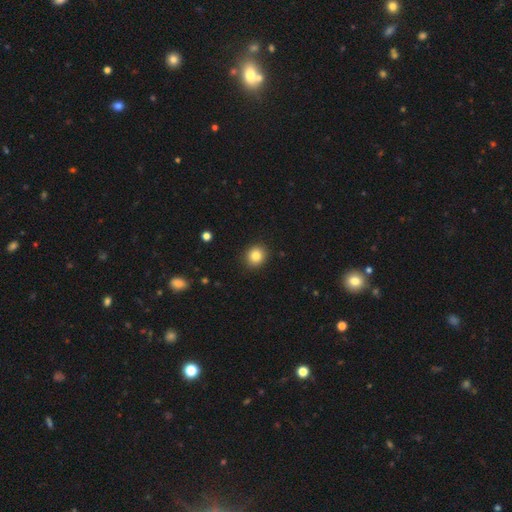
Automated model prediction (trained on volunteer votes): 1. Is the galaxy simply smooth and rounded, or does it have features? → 83% smooth, 11% star or artifact, 7% featured or disk.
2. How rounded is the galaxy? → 81% round, 18% in between, 1% cigar-shaped.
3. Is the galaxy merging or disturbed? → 91% none, 6% minor disturbance, 2% major disturbance, 1% merger.